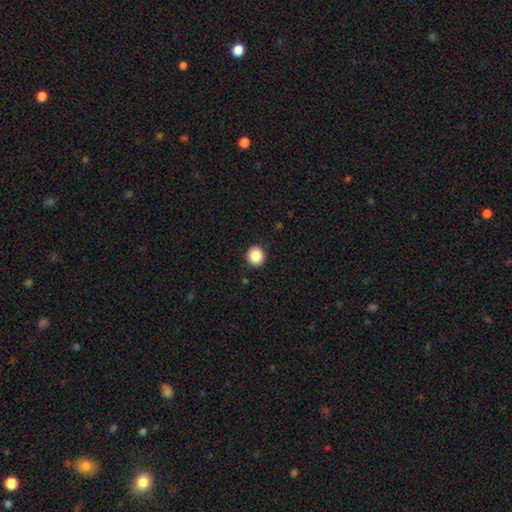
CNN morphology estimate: smooth_or_featured: smooth (p=0.87) [alt: star or artifact p=0.09]
how_rounded: round (p=0.92) [alt: in between p=0.07]
merging: none (p=0.92) [alt: minor disturbance p=0.05]